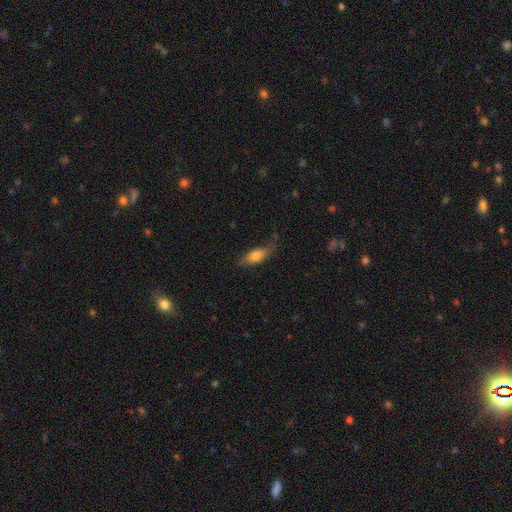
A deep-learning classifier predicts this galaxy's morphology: smooth 71%, featured or disk 22%, star or artifact 7%. Down the decision tree: how rounded — in between (74%); merging — none (55%).